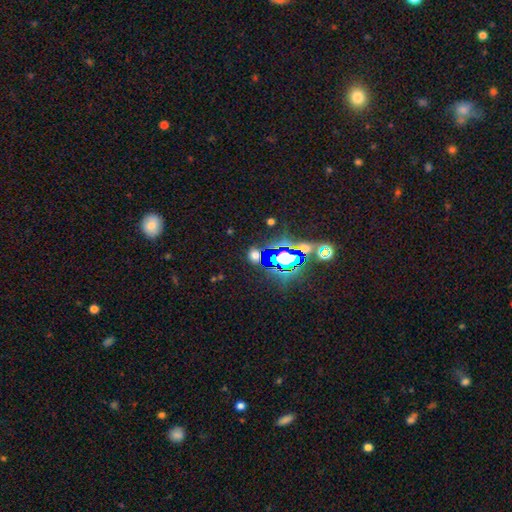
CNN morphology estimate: The model was most divided on "smooth or featured": star or artifact: 75%, smooth: 16%, featured or disk: 10%.